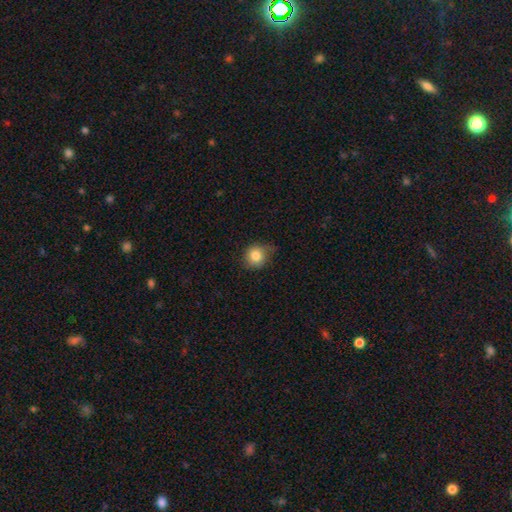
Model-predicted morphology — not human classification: Q: Smooth or featured?
A: smooth (82%); runner-up: star or artifact (10%)
Q: How rounded?
A: round (82%); runner-up: in between (17%)
Q: Merging?
A: none (64%); runner-up: minor disturbance (29%)